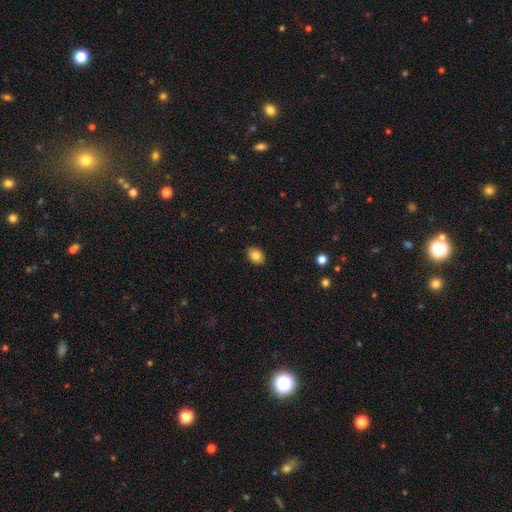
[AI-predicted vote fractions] smooth 84%, star or artifact 9%, featured or disk 7%. Down the decision tree: how rounded — in between (72%); merging — none (89%).